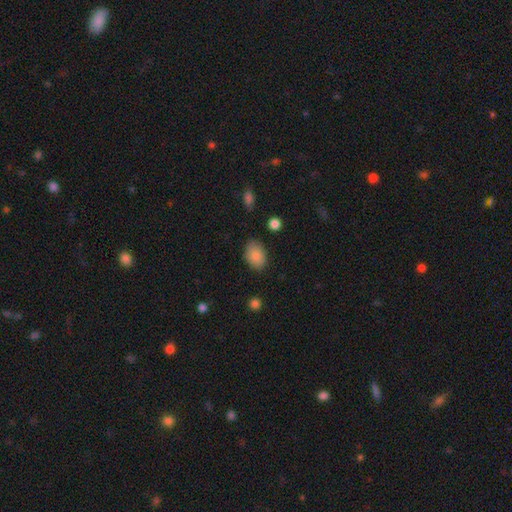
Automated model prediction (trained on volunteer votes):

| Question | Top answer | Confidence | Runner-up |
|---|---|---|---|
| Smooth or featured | smooth | 85% | star or artifact (8%) |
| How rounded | in between | 82% | round (17%) |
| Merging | none | 81% | minor disturbance (14%) |